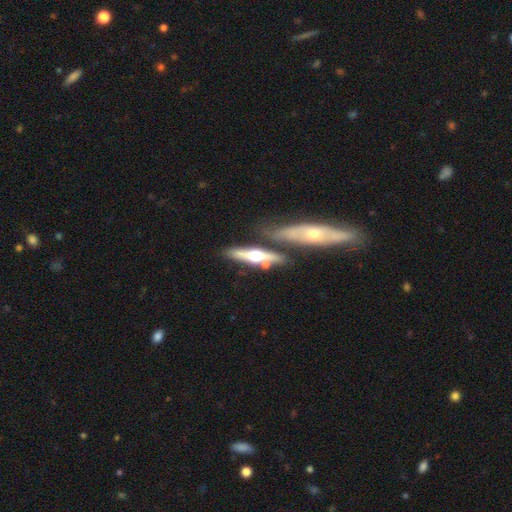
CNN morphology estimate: smooth-or-featured: featured or disk: 63% | smooth: 31% | star or artifact: 6%
  disk-edge-on: yes: 91% | no: 9%
    edge-on-bulge: rounded: 94% | boxy: 3% | none: 3%
  merging: none: 61% | merger: 21% | minor disturbance: 13% | major disturbance: 5%